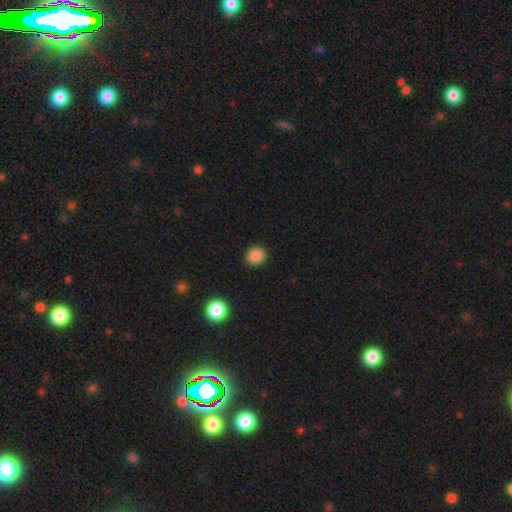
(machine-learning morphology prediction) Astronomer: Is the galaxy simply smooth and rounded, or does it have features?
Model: smooth — 87%.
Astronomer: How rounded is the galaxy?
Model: round — 74%.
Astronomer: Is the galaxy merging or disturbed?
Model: none — 90%.